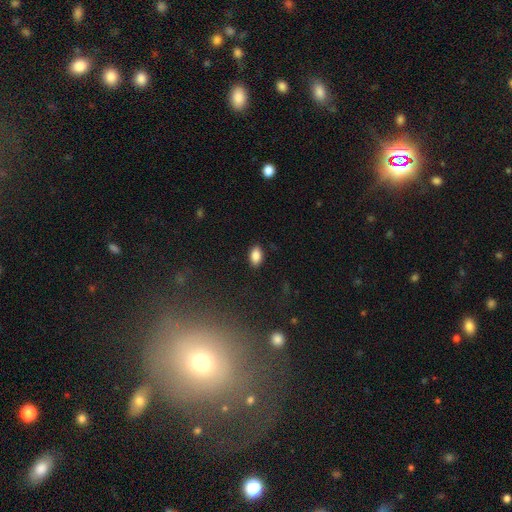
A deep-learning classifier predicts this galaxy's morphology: smooth 87%, star or artifact 8%, featured or disk 5%. Down the decision tree: how rounded — in between (92%); merging — none (88%).